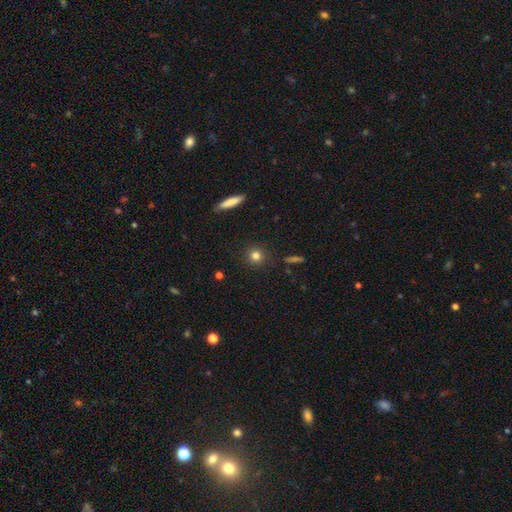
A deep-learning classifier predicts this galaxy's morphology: The model was most divided on "smooth or featured": smooth: 80%, star or artifact: 12%, featured or disk: 8%. More confident: merging — none (90%); how rounded — round (90%).